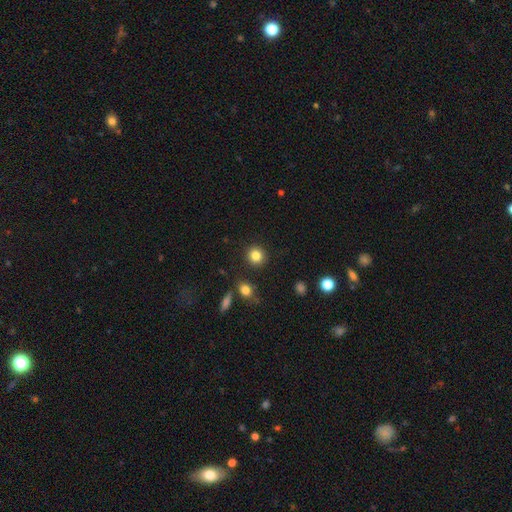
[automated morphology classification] Overall: smooth (84%). How rounded: round (89%). Merging: none (90%).